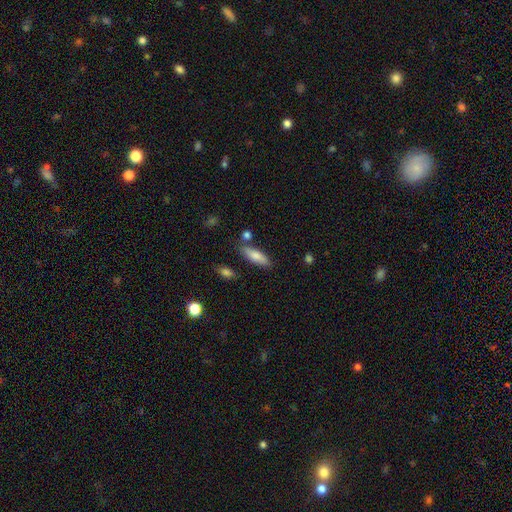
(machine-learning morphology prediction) The model was most divided on "how rounded": in between: 54%, cigar-shaped: 44%, round: 2%. More confident: smooth or featured — smooth (78%); merging — none (77%).